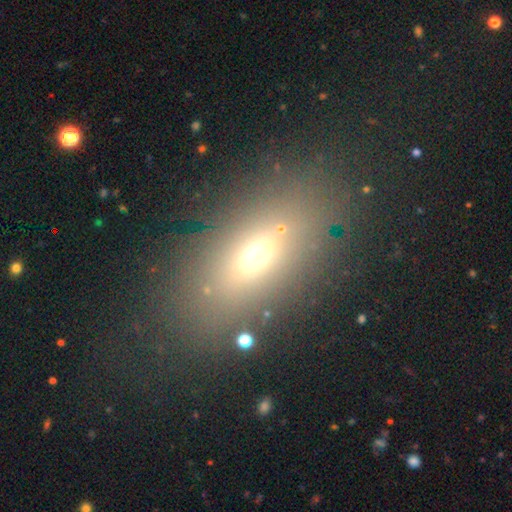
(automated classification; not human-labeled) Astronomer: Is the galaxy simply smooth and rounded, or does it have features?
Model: smooth — 58%.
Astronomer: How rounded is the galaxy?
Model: in between — 78%.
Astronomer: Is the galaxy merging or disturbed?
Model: none — 76%.